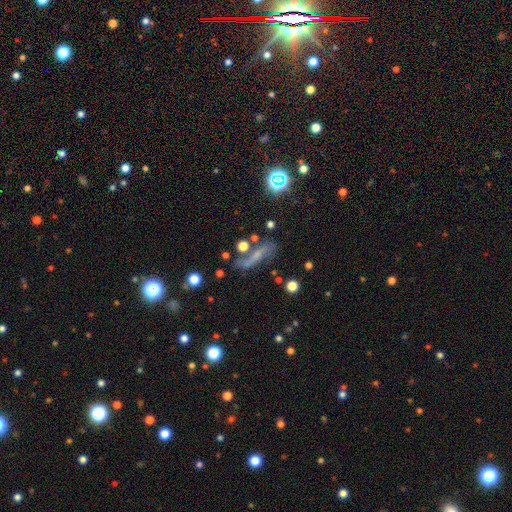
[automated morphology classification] smooth_or_featured: featured or disk (p=0.47) [alt: smooth p=0.36]
merging: none (p=0.55) [alt: minor disturbance p=0.22]